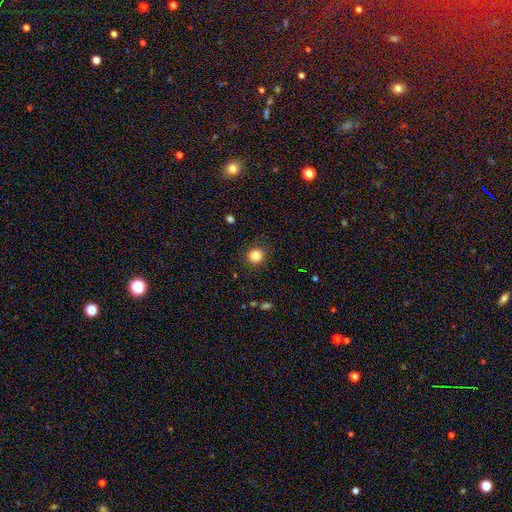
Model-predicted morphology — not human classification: Smooth or featured?
  - smooth: 83% *
  - star or artifact: 12%
  - featured or disk: 5%
How rounded?
  - round: 94% *
  - in between: 5%
  - cigar-shaped: 1%
Merging?
  - none: 90% *
  - minor disturbance: 7%
  - major disturbance: 2%
  - merger: 1%